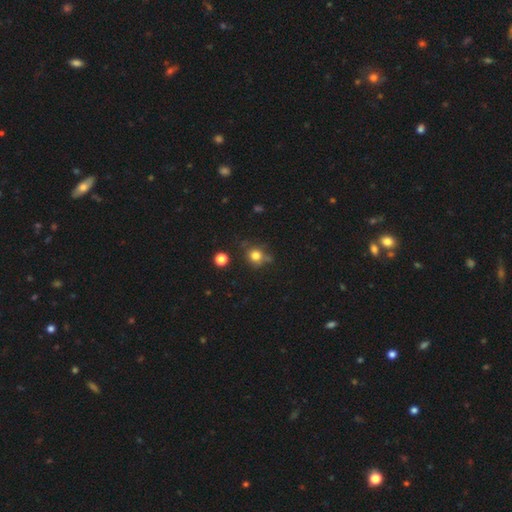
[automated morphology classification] Smooth or featured? smooth (77%)
How rounded? round (84%)
Merging? none (68%)